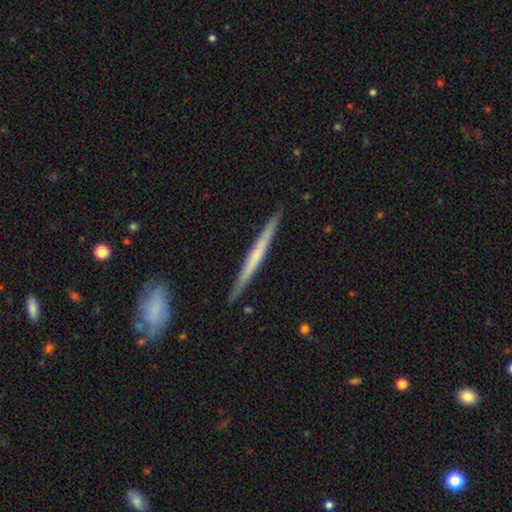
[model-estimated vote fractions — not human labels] Q: Smooth or featured?
A: featured or disk (55%); runner-up: smooth (40%)
Q: Edge-on disk?
A: yes (97%); runner-up: no (3%)
Q: Edge-on bulge?
A: none (78%); runner-up: rounded (16%)
Q: Merging?
A: none (90%); runner-up: minor disturbance (8%)